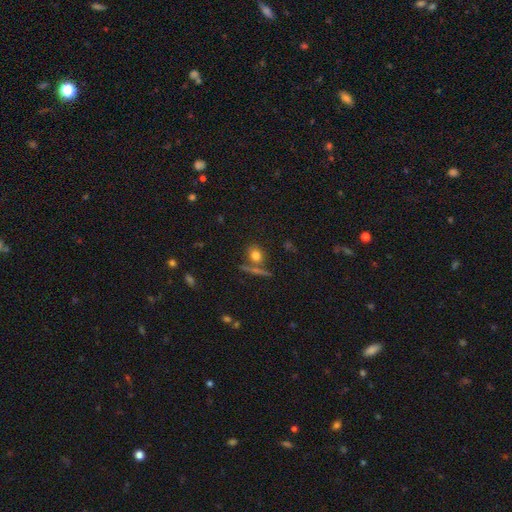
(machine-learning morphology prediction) smooth-or-featured: smooth: 77% | star or artifact: 12% | featured or disk: 11%
  how-rounded: round: 57% | in between: 37% | cigar-shaped: 7%
  merging: none: 68% | merger: 17% | minor disturbance: 11% | major disturbance: 5%